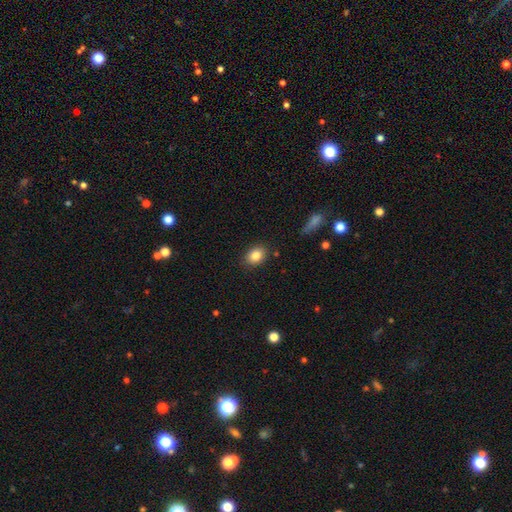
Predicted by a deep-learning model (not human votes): smooth_or_featured: smooth (p=0.83) [alt: star or artifact p=0.09]
how_rounded: in between (p=0.66) [alt: round p=0.33]
merging: none (p=0.85) [alt: minor disturbance p=0.10]